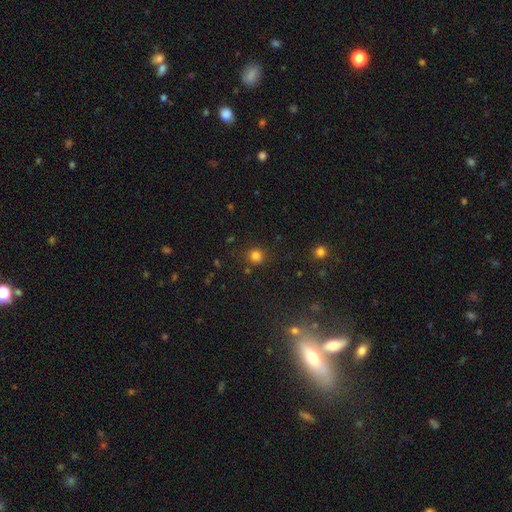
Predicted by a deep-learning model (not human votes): A smooth galaxy with no disk features (80%) that is round (87%).

Vote fractions:
- Smooth or featured? smooth: 80% / star or artifact: 15% / featured or disk: 5%
- How rounded? round: 87% / in between: 12% / cigar-shaped: 1%
- Merging? none: 83% / minor disturbance: 10% / major disturbance: 3% / merger: 3%